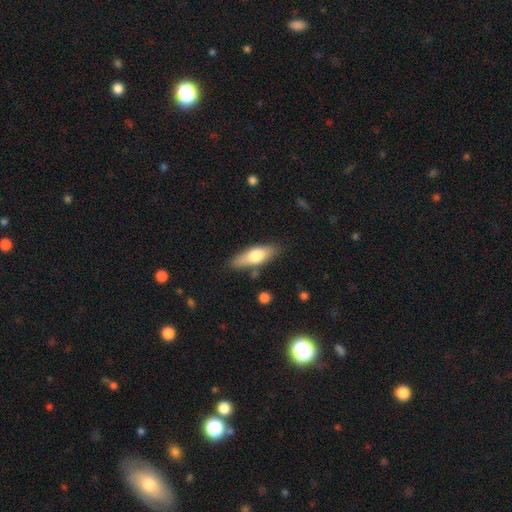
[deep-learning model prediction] Smooth or featured: smooth — 67% (featured or disk — 27%)
How rounded: in between — 56% (cigar-shaped — 41%)
Merging: none — 78% (minor disturbance — 15%)